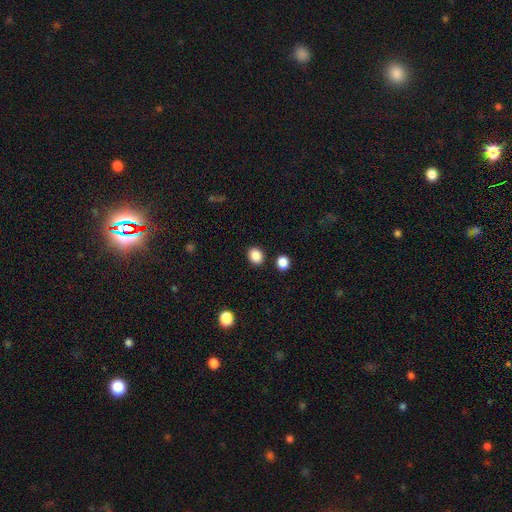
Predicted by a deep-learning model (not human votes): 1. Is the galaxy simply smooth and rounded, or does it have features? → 87% smooth, 10% star or artifact, 3% featured or disk.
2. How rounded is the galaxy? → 55% round, 44% in between, 1% cigar-shaped.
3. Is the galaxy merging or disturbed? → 86% none, 7% minor disturbance, 4% merger, 2% major disturbance.